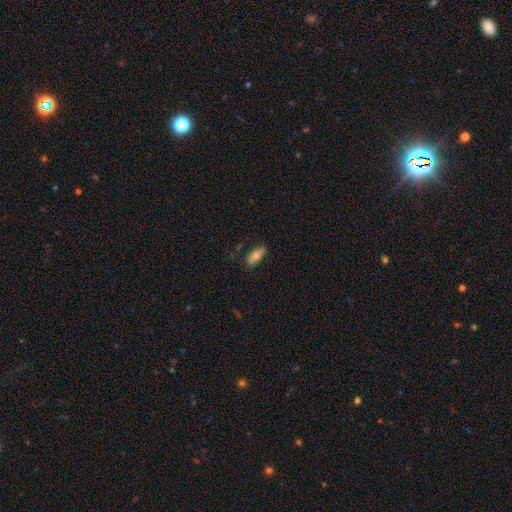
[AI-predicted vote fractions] The model was most divided on "smooth or featured": smooth: 66%, featured or disk: 26%, star or artifact: 7%. More confident: merging — none (78%); how rounded — in between (75%).